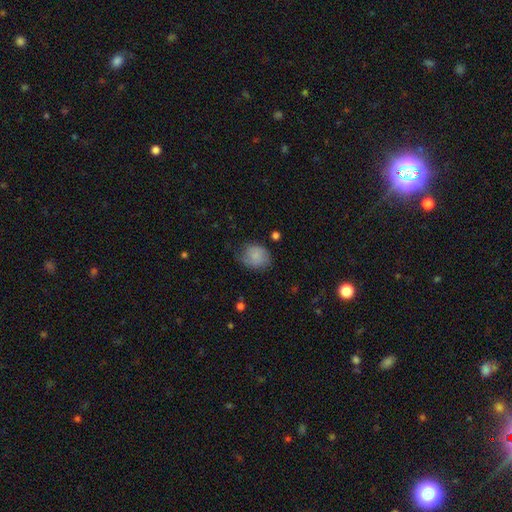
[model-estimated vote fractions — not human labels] smooth-or-featured: smooth: 76% | featured or disk: 16% | star or artifact: 8%
  how-rounded: round: 56% | in between: 43% | cigar-shaped: 1%
  merging: none: 58% | minor disturbance: 30% | major disturbance: 10% | merger: 2%